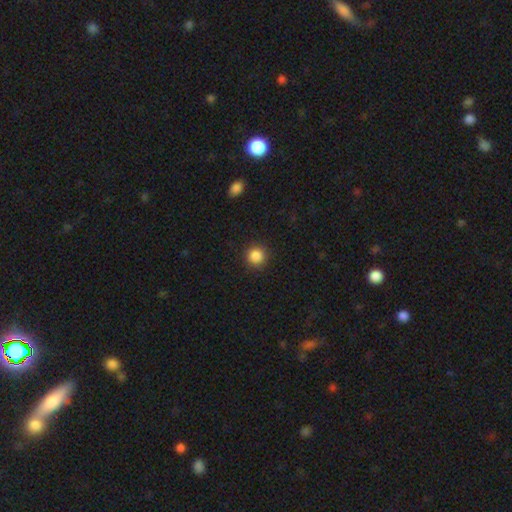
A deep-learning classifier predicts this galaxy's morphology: The model was most divided on "smooth or featured": smooth: 87%, star or artifact: 10%, featured or disk: 3%. More confident: how rounded — round (94%); merging — none (90%).